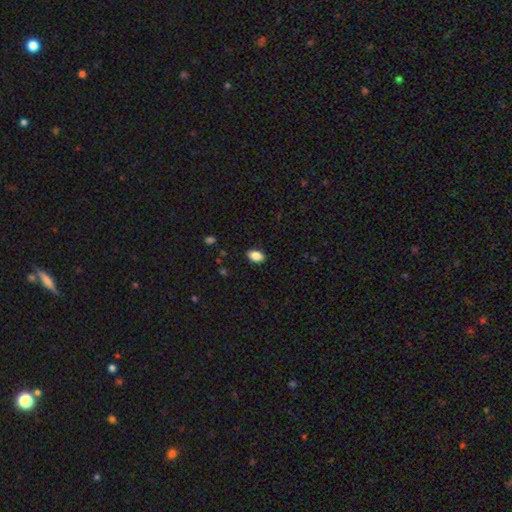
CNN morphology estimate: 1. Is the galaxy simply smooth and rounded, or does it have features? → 88% smooth, 8% star or artifact, 4% featured or disk.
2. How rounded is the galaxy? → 88% in between, 11% round, 1% cigar-shaped.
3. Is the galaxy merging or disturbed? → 88% none, 9% minor disturbance, 2% major disturbance, 1% merger.